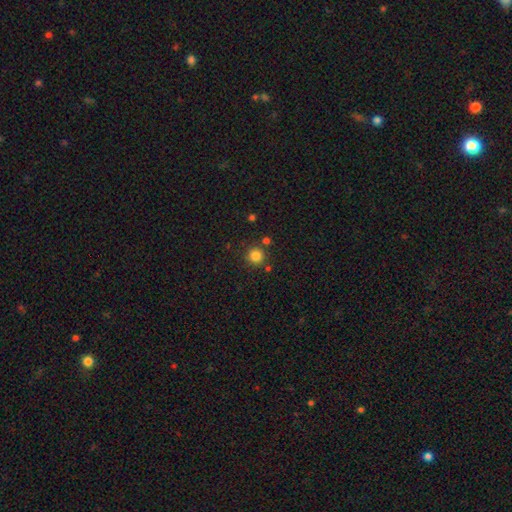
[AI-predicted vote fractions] smooth_or_featured: smooth (p=0.83) [alt: star or artifact p=0.13]
how_rounded: round (p=0.94) [alt: in between p=0.05]
merging: none (p=0.82) [alt: minor disturbance p=0.08]